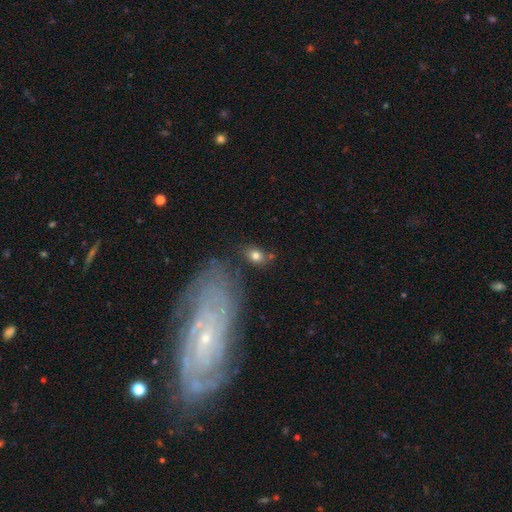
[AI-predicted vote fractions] Smooth or featured: smooth — 78% (featured or disk — 13%)
How rounded: in between — 77% (round — 21%)
Merging: none — 73% (minor disturbance — 14%)